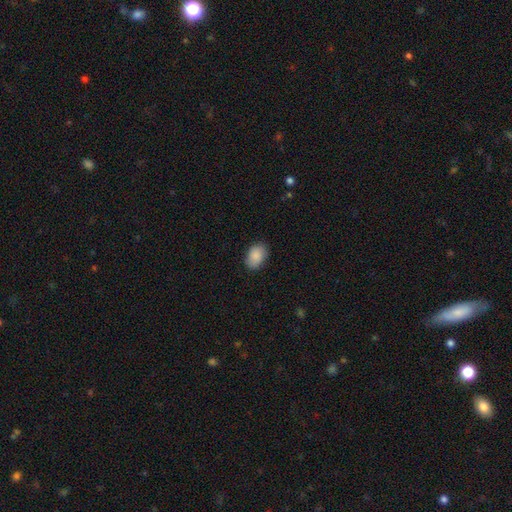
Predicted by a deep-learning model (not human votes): smooth_or_featured: smooth (p=0.89) [alt: star or artifact p=0.07]
how_rounded: in between (p=0.86) [alt: round p=0.13]
merging: none (p=0.84) [alt: minor disturbance p=0.12]